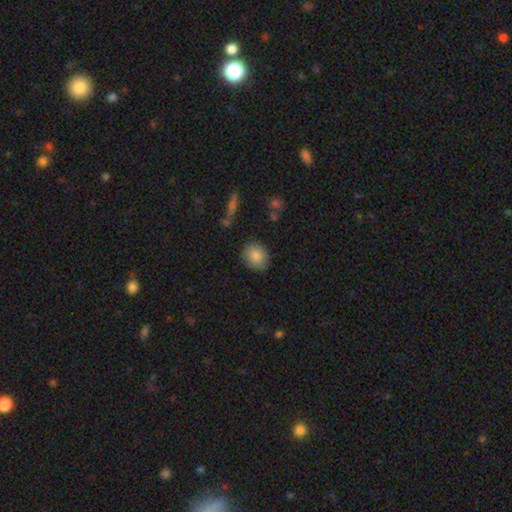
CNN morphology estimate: This appears to be a smooth galaxy with no disk features (87%) that is round (64%). Merging: none (86%).